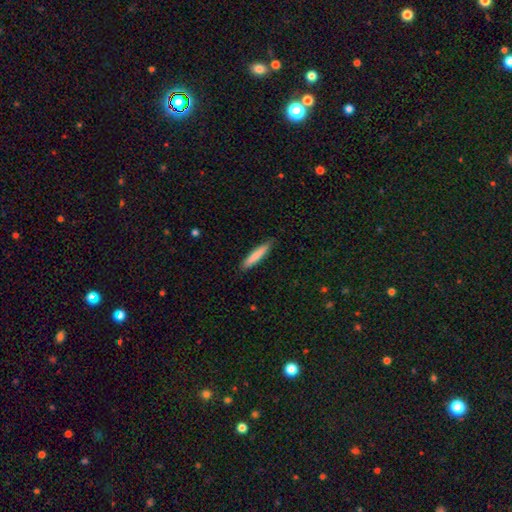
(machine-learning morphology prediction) smooth_or_featured: smooth (p=0.81) [alt: featured or disk p=0.14]
how_rounded: cigar-shaped (p=0.91) [alt: in between p=0.08]
merging: none (p=0.88) [alt: minor disturbance p=0.09]